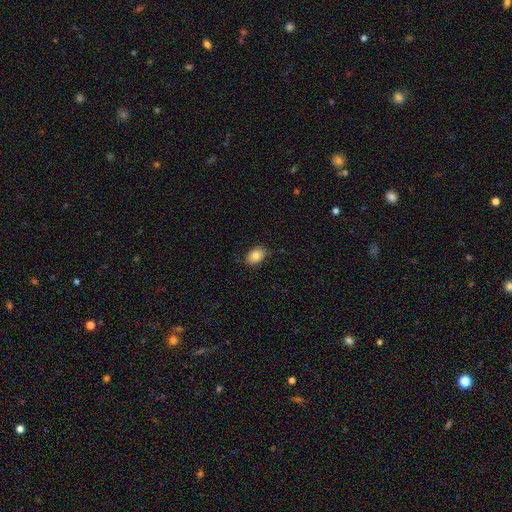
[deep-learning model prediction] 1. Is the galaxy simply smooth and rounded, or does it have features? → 82% smooth, 10% featured or disk, 8% star or artifact.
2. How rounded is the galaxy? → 80% in between, 19% round, 1% cigar-shaped.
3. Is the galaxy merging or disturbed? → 82% none, 15% minor disturbance, 3% major disturbance, 1% merger.